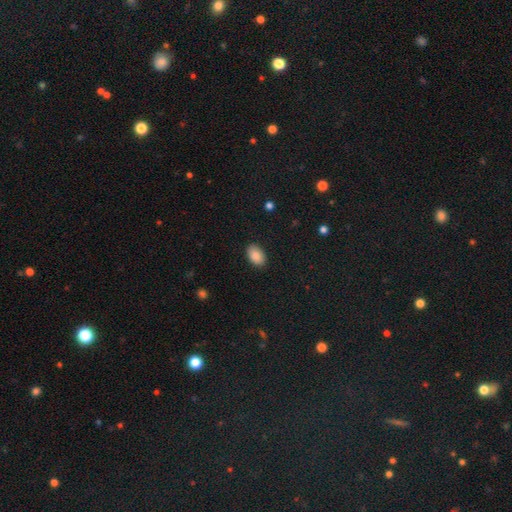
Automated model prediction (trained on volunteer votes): smooth_or_featured: smooth (p=0.89) [alt: star or artifact p=0.07]
how_rounded: in between (p=0.91) [alt: round p=0.08]
merging: none (p=0.88) [alt: minor disturbance p=0.08]